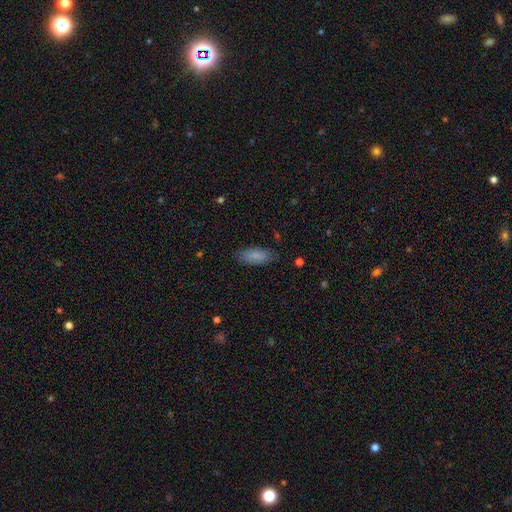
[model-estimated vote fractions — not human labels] Smooth or featured?
  - smooth: 86% *
  - featured or disk: 7%
  - star or artifact: 7%
How rounded?
  - in between: 83% *
  - cigar-shaped: 16%
  - round: 2%
Merging?
  - none: 82% *
  - minor disturbance: 14%
  - major disturbance: 3%
  - merger: 1%